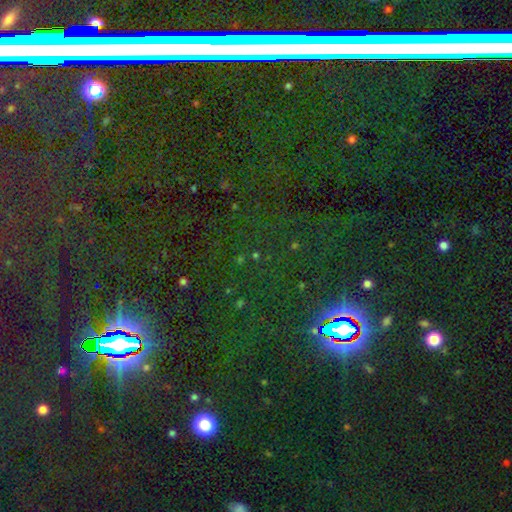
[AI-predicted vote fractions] smooth_or_featured: star or artifact (p=0.77) [alt: smooth p=0.15]